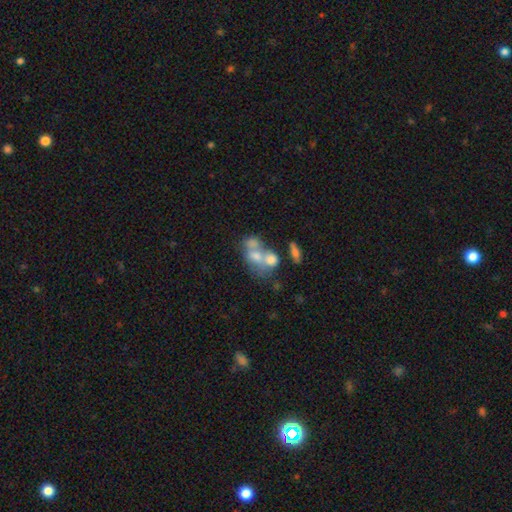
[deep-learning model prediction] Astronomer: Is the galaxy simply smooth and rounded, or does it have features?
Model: smooth — 55% (runner-up: featured or disk, 33%).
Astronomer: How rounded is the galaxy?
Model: in between — 64%.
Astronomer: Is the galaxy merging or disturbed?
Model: merger — 63%.